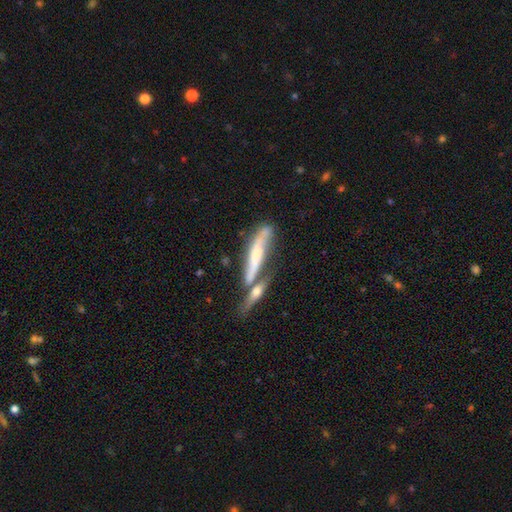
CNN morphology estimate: featured or disk 60%, smooth 33%, star or artifact 7%. Down the decision tree: edge-on disk — yes (70%); merging — merger (42%).